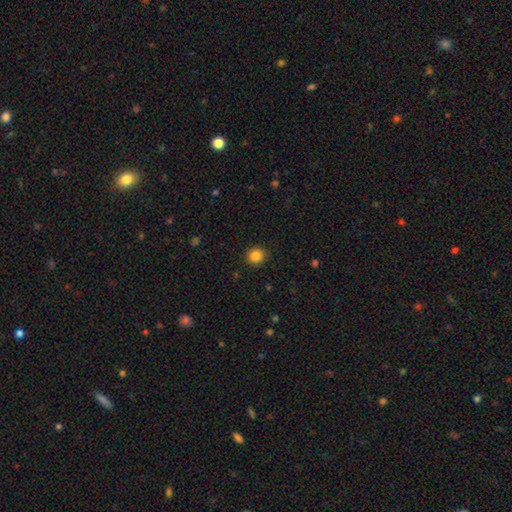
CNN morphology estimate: Smooth or featured: smooth — 85% (star or artifact — 10%)
How rounded: round — 91% (in between — 8%)
Merging: none — 91% (minor disturbance — 6%)